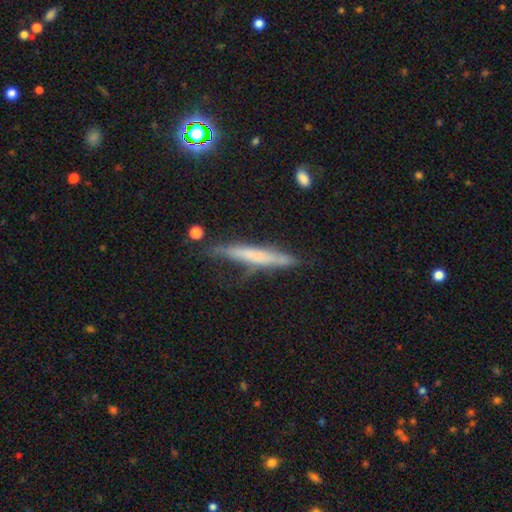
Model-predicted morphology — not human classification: Overall: smooth (50%; featured or disk 42%). How rounded: cigar-shaped (93%). Merging: none (59%; minor disturbance 28%).